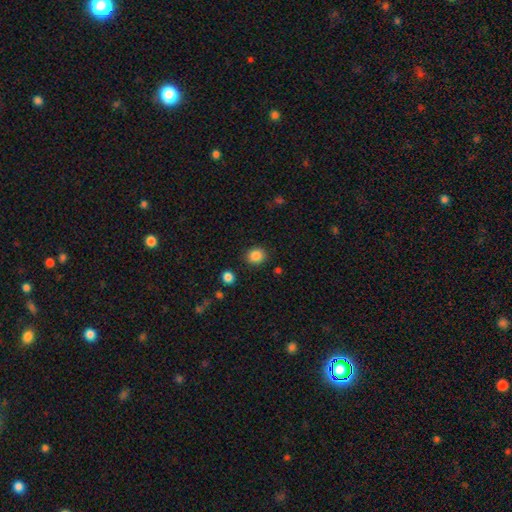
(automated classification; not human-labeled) Smooth or featured?
  - smooth: 86% *
  - star or artifact: 10%
  - featured or disk: 4%
How rounded?
  - round: 81% *
  - in between: 18%
  - cigar-shaped: 1%
Merging?
  - none: 88% *
  - minor disturbance: 8%
  - major disturbance: 3%
  - merger: 2%